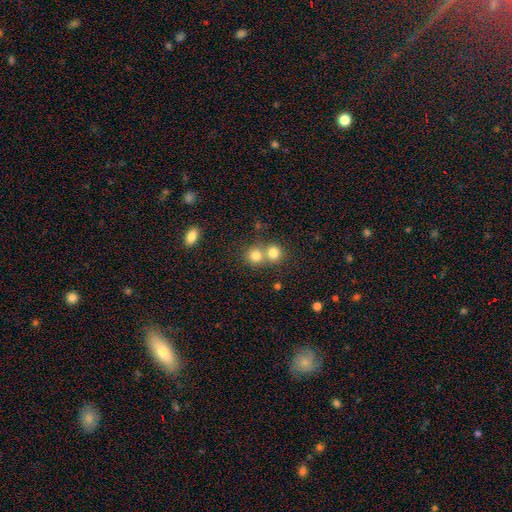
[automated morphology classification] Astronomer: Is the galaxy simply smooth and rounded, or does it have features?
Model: smooth — 80%.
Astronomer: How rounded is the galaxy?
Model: round — 86%.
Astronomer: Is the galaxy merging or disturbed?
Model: merger — 47% (runner-up: none, 46%).